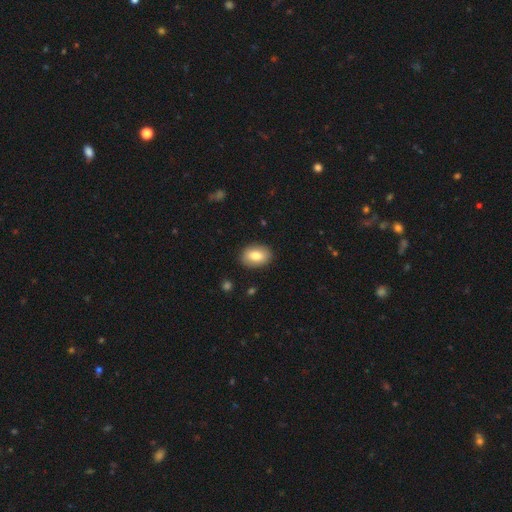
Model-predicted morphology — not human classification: A smooth galaxy with no disk features (82%) that is in between round and cigar-shaped (81%).

Vote fractions:
- Smooth or featured? smooth: 82% / featured or disk: 11% / star or artifact: 7%
- How rounded? in between: 81% / round: 18% / cigar-shaped: 1%
- Merging? none: 89% / minor disturbance: 8% / major disturbance: 2% / merger: 1%